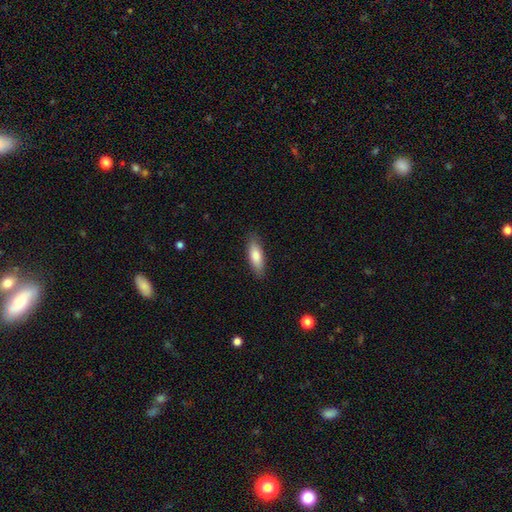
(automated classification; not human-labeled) Smooth or featured: smooth — 79% (featured or disk — 15%)
How rounded: in between — 57% (cigar-shaped — 41%)
Merging: none — 87% (minor disturbance — 10%)